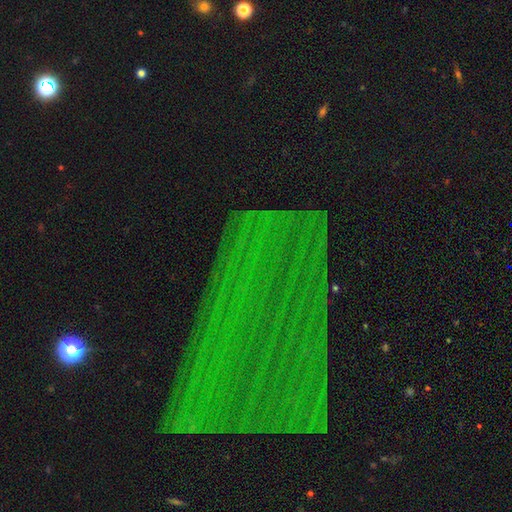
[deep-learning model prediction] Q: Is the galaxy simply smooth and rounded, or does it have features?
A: star or artifact — 74%.